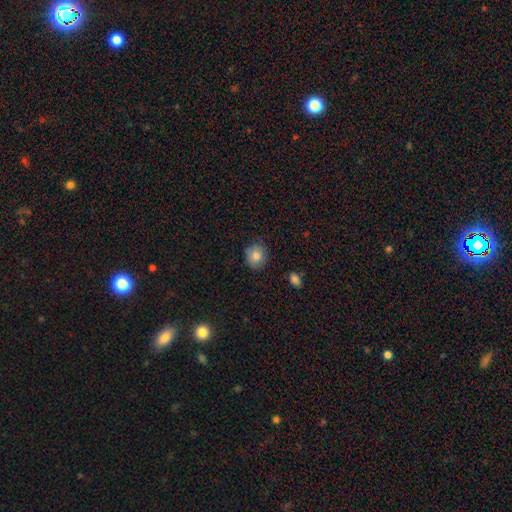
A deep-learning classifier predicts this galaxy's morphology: This is clearly a smooth galaxy (83%). How rounded: clearly round (85%). Merging: clearly none (85%).